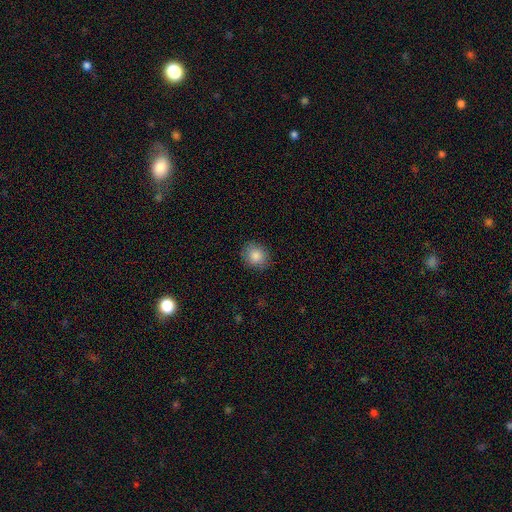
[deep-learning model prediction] This is clearly a smooth galaxy (85%). How rounded: likely round (76%). Merging: clearly none (87%).